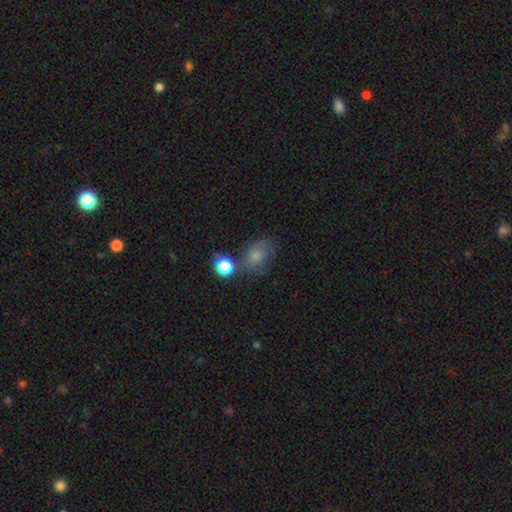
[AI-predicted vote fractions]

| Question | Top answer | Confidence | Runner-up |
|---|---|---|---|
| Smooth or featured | smooth | 67% | star or artifact (18%) |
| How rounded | in between | 64% | round (35%) |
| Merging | none | 62% | minor disturbance (20%) |